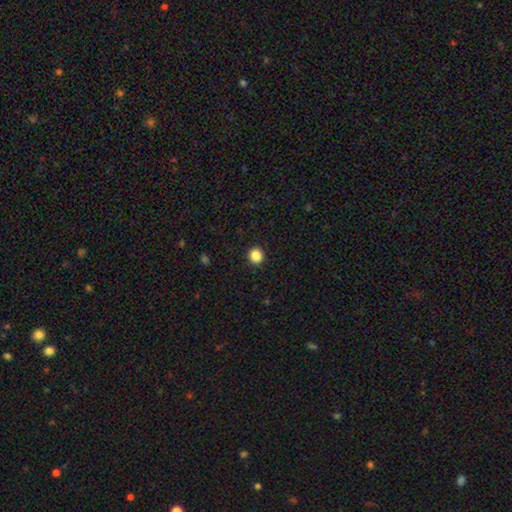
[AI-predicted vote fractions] This is clearly a smooth galaxy (86%). How rounded: clearly round (92%). Merging: clearly none (93%).